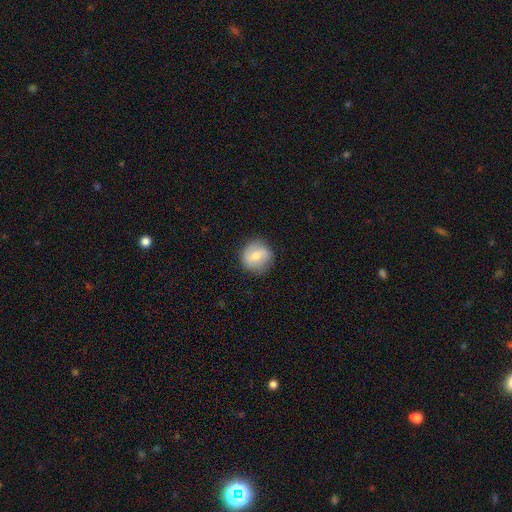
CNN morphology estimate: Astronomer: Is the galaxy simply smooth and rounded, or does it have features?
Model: smooth — 60%.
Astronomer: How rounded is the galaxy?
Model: round — 91%.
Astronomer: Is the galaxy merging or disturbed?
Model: none — 86%.